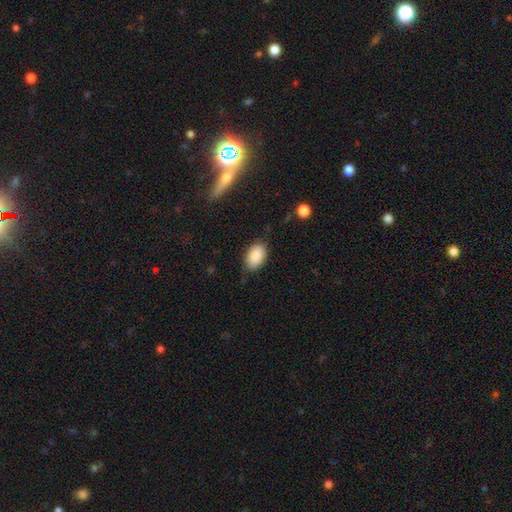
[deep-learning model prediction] The model was most divided on "merging": none: 79%, minor disturbance: 16%, major disturbance: 4%, merger: 2%. More confident: how rounded — in between (92%); smooth or featured — smooth (88%).